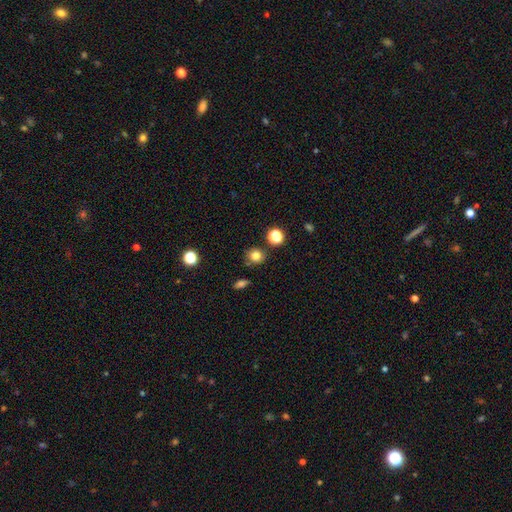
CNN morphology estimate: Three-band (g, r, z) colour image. It shows a smooth galaxy with no disk features (80%) that is round (81%). Merging: none (80%).